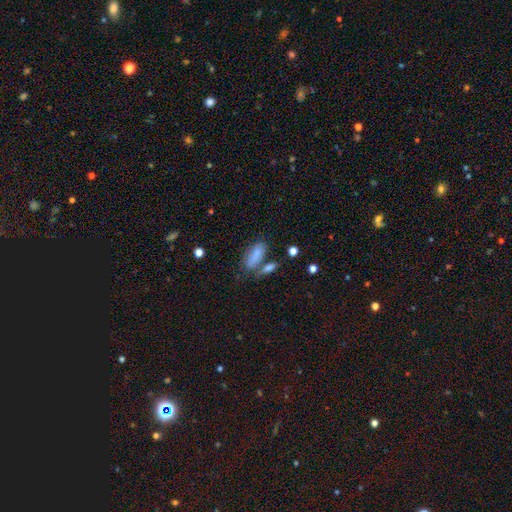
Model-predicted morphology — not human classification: A smooth galaxy with no disk features (83%) that is in between round and cigar-shaped (74%).

Vote fractions:
- Smooth or featured? smooth: 83% / featured or disk: 10% / star or artifact: 7%
- How rounded? in between: 74% / cigar-shaped: 22% / round: 3%
- Merging? none: 54% / merger: 22% / minor disturbance: 17% / major disturbance: 7%